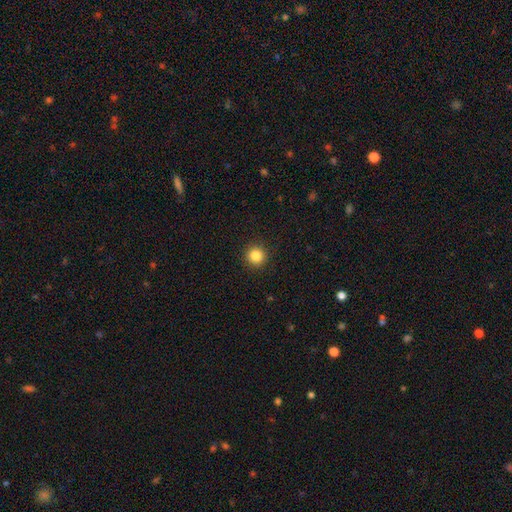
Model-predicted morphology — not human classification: smooth 84%, star or artifact 11%, featured or disk 4%. Down the decision tree: how rounded — round (95%); merging — none (93%).